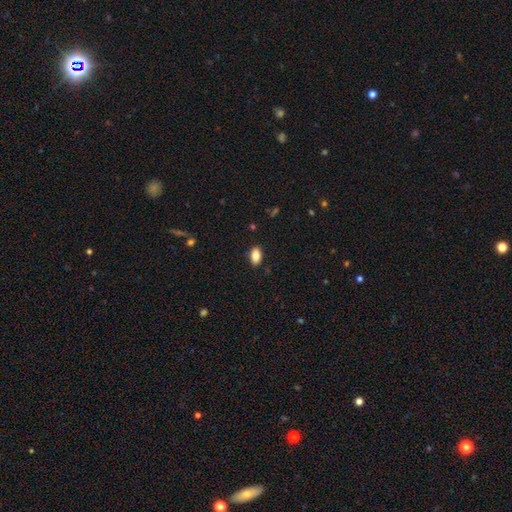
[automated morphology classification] This appears to be a smooth galaxy with no disk features (84%) that is in between round and cigar-shaped (91%). Merging: none (88%).